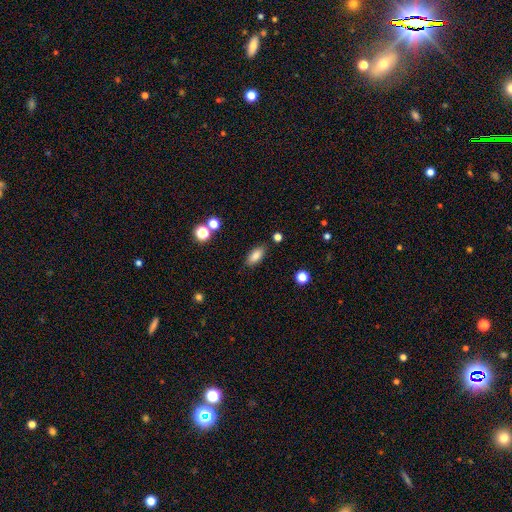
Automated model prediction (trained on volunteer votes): A smooth galaxy with no disk features (83%) that is in between round and cigar-shaped (87%). Merging: none (84%).